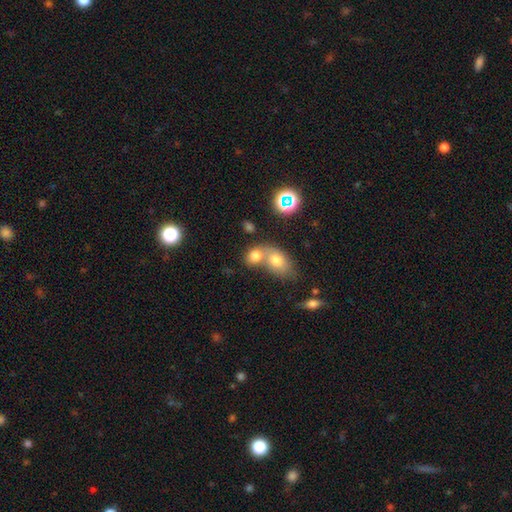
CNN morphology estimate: Smooth or featured? smooth (74%)
How rounded? in between (63%)
Merging? merger (60%)